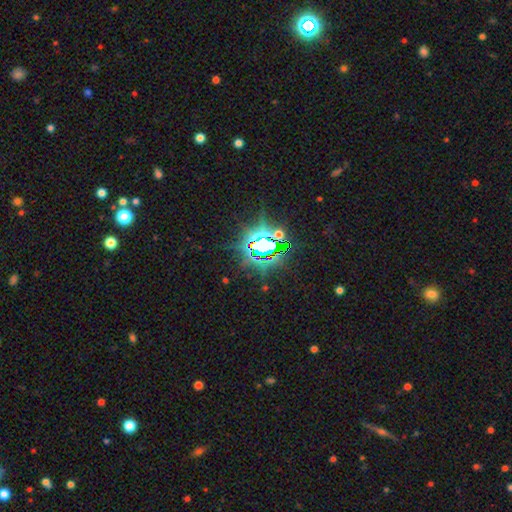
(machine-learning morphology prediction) This is clearly a star or artifact rather than a galaxy (83%).